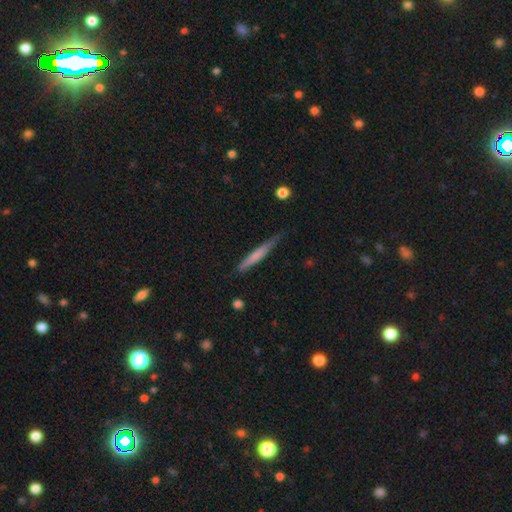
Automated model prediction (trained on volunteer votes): Smooth or featured? Predicted: smooth (p=0.64). How rounded? Predicted: cigar-shaped (p=0.95). Merging? Predicted: none (p=0.72).